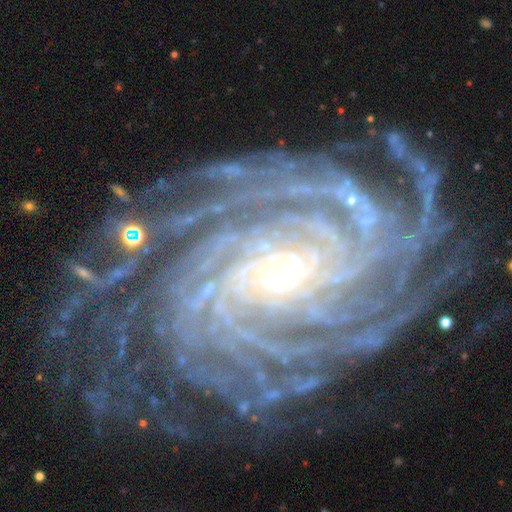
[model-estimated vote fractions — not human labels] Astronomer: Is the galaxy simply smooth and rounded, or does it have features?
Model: featured or disk — 92%.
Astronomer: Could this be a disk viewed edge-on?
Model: no — 97%.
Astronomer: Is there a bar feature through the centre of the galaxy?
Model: no — 52% (runner-up: weak, 31%).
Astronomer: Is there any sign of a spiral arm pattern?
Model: yes — 99%.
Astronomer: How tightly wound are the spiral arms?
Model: tight — 83%.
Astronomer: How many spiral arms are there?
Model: more than 4 — 45%.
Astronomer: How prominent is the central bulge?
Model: small — 74%.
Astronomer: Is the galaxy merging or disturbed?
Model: none — 75%.